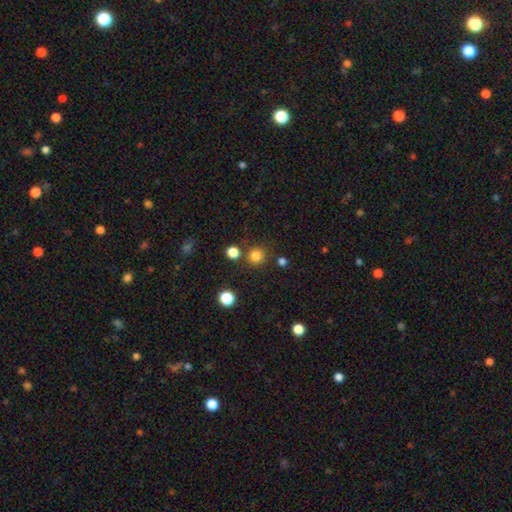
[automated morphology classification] Smooth or featured? Predicted: smooth (p=0.81). How rounded? Predicted: round (p=0.92). Merging? Predicted: none (p=0.81).